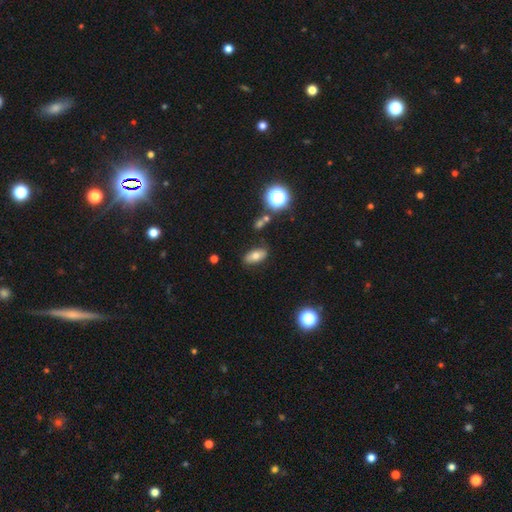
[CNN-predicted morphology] type=smooth (68%); roundness=in between (84%); merging=none (83%).